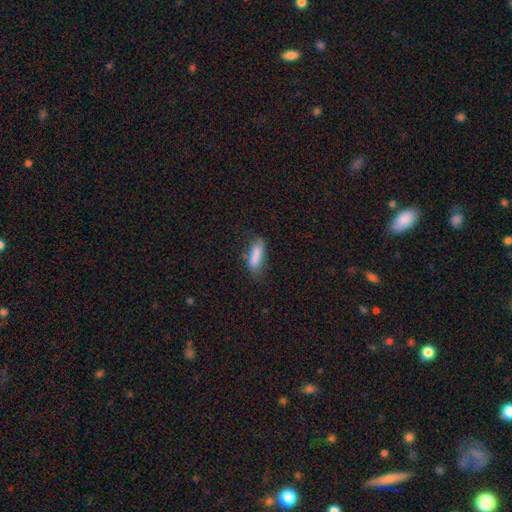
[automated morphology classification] Smooth or featured? smooth (81%)
How rounded? in between (56%)
Merging? none (54%)